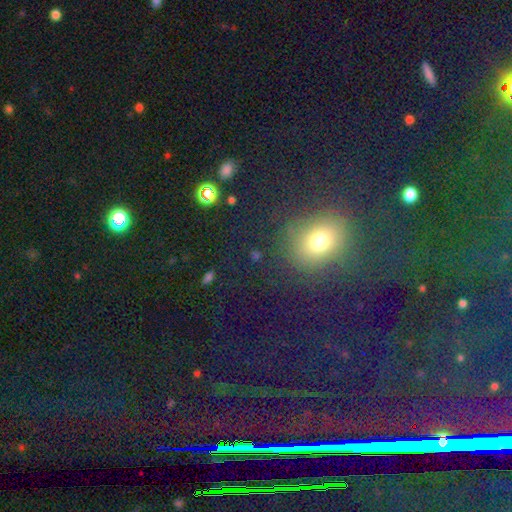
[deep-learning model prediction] smooth 57%, star or artifact 33%, featured or disk 10%. Down the decision tree: how rounded — round (62%); merging — none (81%).